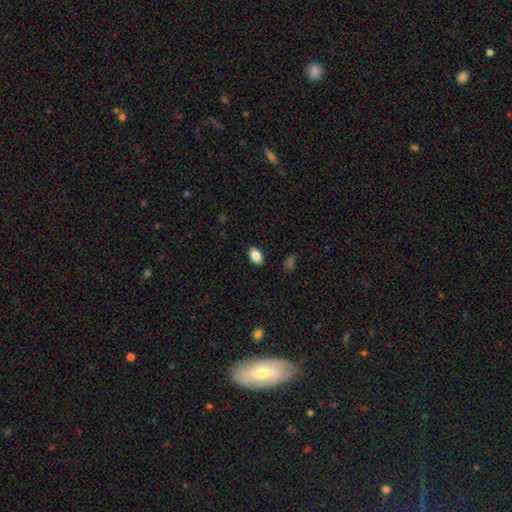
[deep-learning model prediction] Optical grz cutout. It shows a smooth galaxy with no disk features (87%) that is in between round and cigar-shaped (91%). Merging: none (88%).